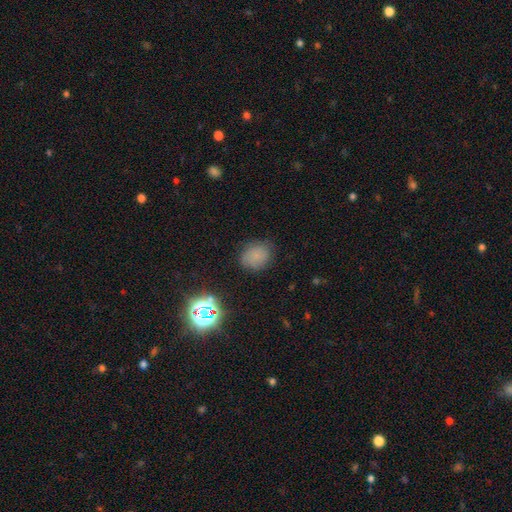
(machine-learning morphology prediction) type=smooth (71%); roundness=round (60%); merging=none (77%).